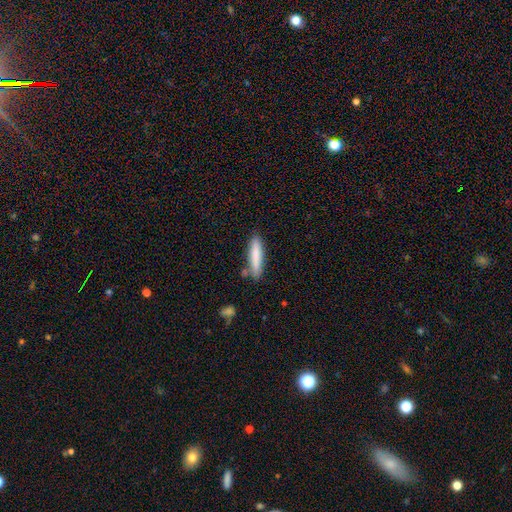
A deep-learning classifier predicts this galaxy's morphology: A smooth galaxy with no disk features (81%) that is cigar-shaped (83%). Merging: none (77%).